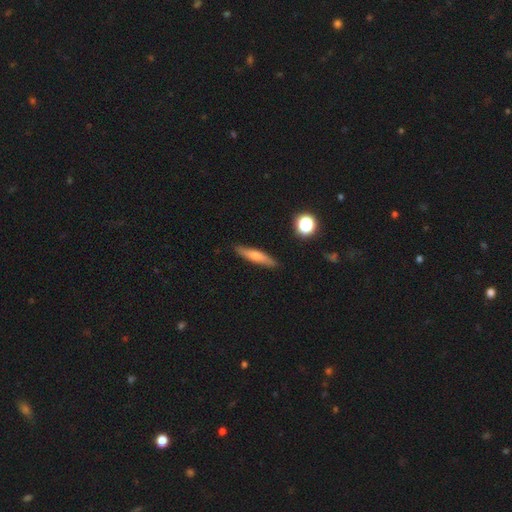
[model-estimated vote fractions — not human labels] Smooth or featured?
  - smooth: 61% *
  - featured or disk: 31%
  - star or artifact: 7%
How rounded?
  - cigar-shaped: 86% *
  - in between: 12%
  - round: 2%
Merging?
  - none: 87% *
  - minor disturbance: 10%
  - major disturbance: 2%
  - merger: 1%